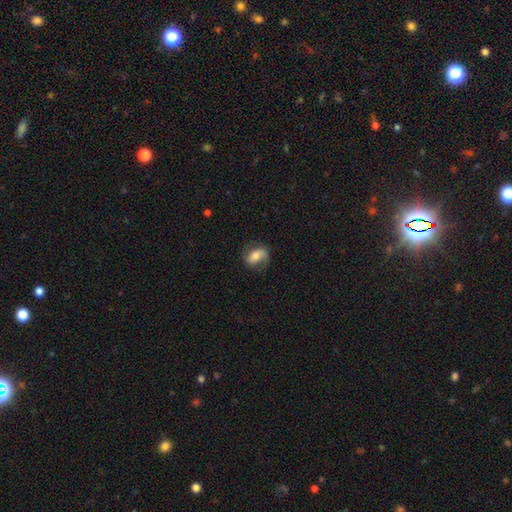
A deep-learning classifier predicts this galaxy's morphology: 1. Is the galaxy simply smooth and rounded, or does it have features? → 47% featured or disk, 45% smooth, 8% star or artifact.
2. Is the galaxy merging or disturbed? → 64% none, 22% minor disturbance, 13% major disturbance, 2% merger.